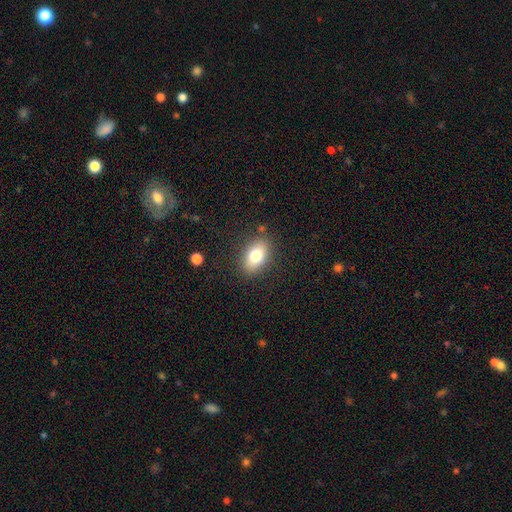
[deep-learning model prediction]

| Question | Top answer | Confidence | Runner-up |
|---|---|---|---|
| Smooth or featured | smooth | 77% | featured or disk (14%) |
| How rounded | in between | 84% | round (14%) |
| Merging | none | 84% | minor disturbance (11%) |